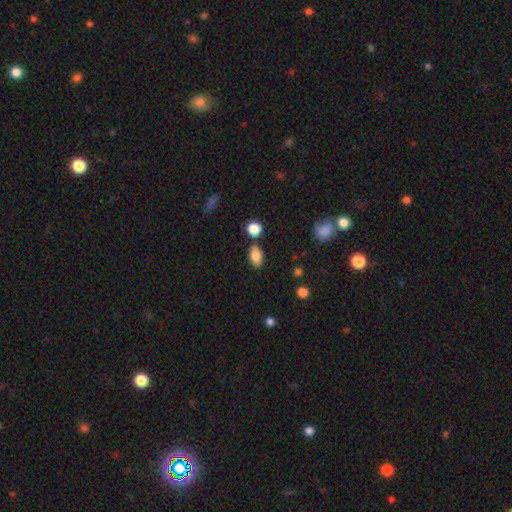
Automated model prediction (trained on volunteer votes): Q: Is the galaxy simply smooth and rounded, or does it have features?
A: smooth — 82%.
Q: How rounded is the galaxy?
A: in between — 88%.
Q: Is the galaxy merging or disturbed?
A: none — 77%.